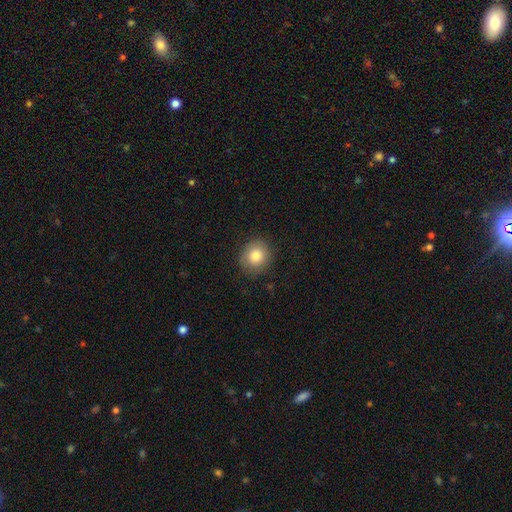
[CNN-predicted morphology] This appears to be a smooth galaxy with no disk features (82%) that is round (84%). Merging: none (86%).